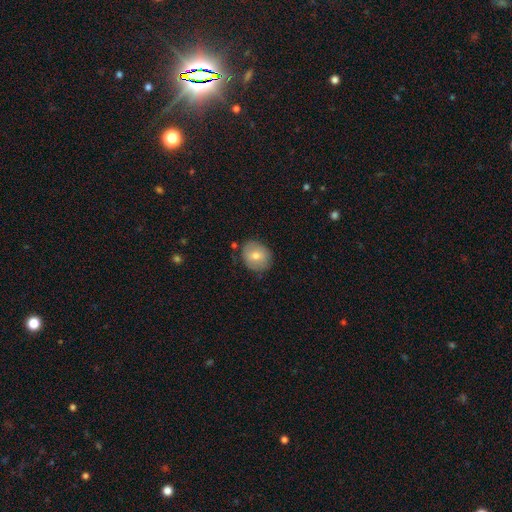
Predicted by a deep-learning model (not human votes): This appears to be a smooth galaxy with no disk features (68%) that is round (71%). Merging: none (79%).